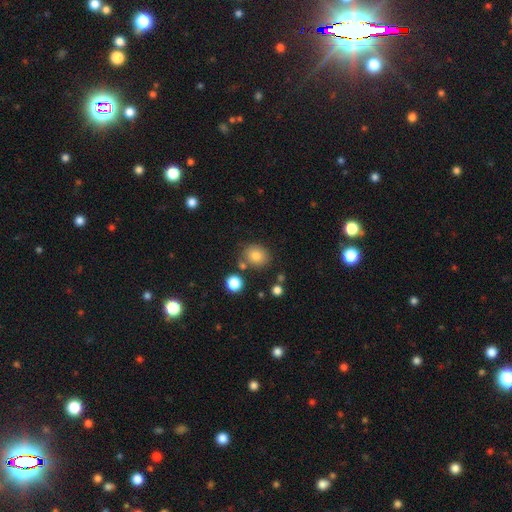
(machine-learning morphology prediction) The model was most divided on "how rounded": round: 69%, in between: 30%, cigar-shaped: 1%. More confident: smooth or featured — smooth (81%); merging — none (75%).